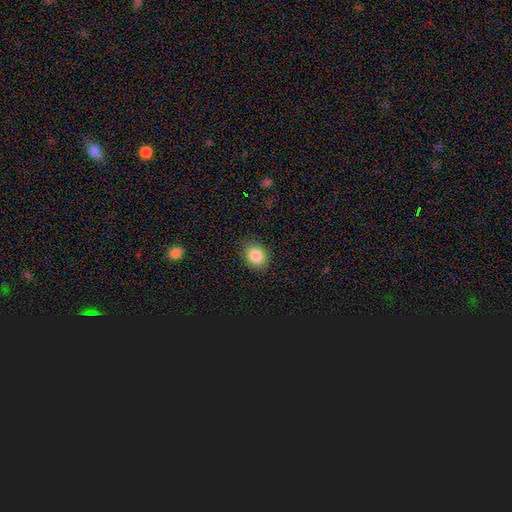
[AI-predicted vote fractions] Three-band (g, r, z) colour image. It shows a smooth galaxy with no disk features (85%) that is round (60%). Merging: none (84%).